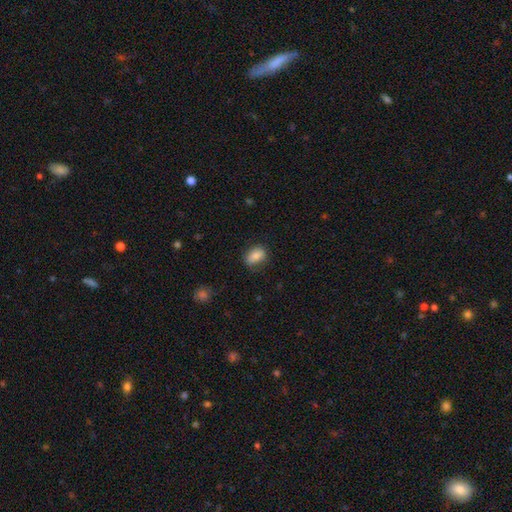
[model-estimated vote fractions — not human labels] Q: Smooth or featured?
A: smooth (81%); runner-up: featured or disk (11%)
Q: How rounded?
A: in between (82%); runner-up: round (16%)
Q: Merging?
A: none (74%); runner-up: minor disturbance (20%)